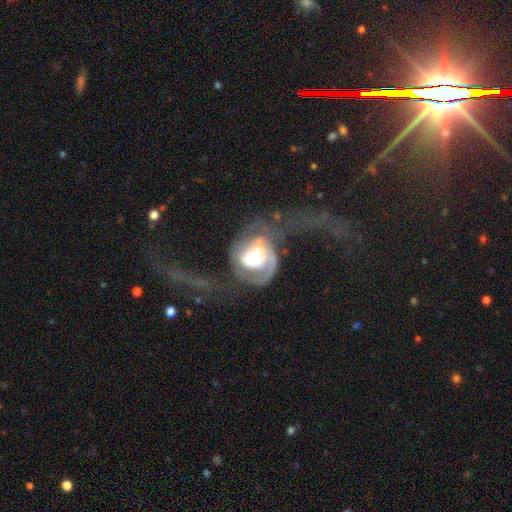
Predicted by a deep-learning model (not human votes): Overall: featured or disk (68%). Edge-on disk: no (97%). Bar: no (77%). Spiral arms: yes (59%; no 41%). Bulge size: moderate (57%; small 19%). Merging: merger (55%; major disturbance 24%).